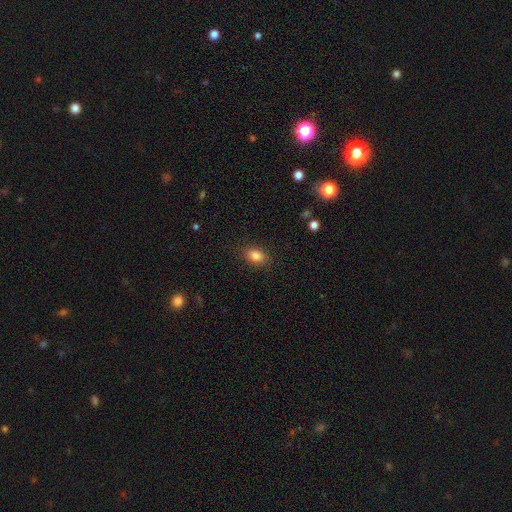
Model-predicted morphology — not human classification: A smooth galaxy with no disk features (85%) that is in between round and cigar-shaped (78%). Merging: none (87%).